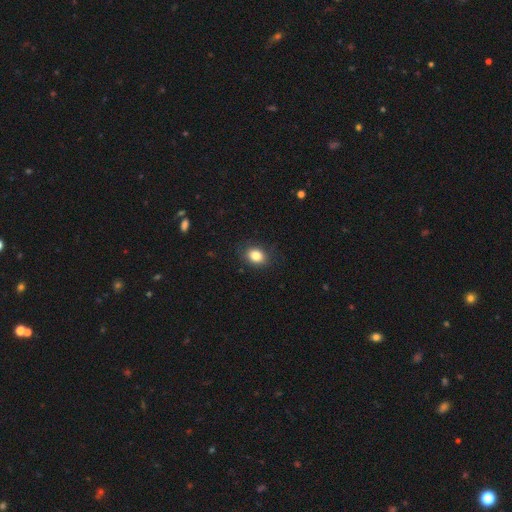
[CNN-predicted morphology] type=smooth (84%); roundness=in between (60%); merging=none (85%).